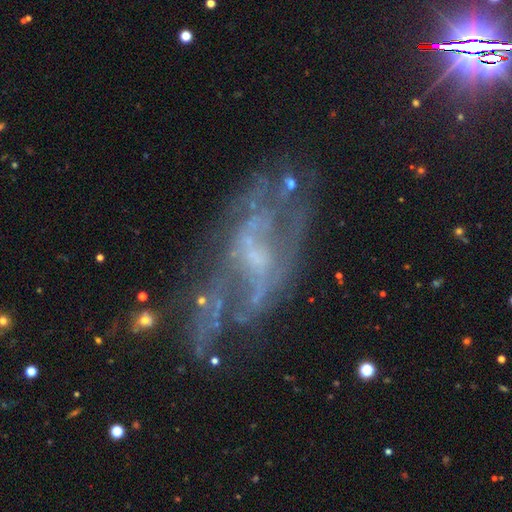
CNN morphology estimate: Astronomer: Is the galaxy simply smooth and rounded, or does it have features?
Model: featured or disk — 79%.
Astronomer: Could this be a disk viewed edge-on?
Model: no — 92%.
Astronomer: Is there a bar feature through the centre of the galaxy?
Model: no — 47% (runner-up: weak, 41%).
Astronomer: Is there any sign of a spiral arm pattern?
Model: yes — 65%.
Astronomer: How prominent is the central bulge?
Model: small — 50% (runner-up: none, 27%).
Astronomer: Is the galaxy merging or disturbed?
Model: none — 50%.